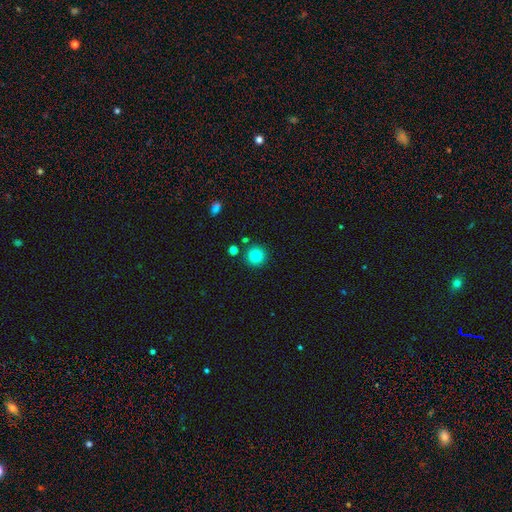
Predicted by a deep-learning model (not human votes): Smooth or featured? Predicted: smooth (p=0.83). How rounded? Predicted: round (p=0.94). Merging? Predicted: none (p=0.89).